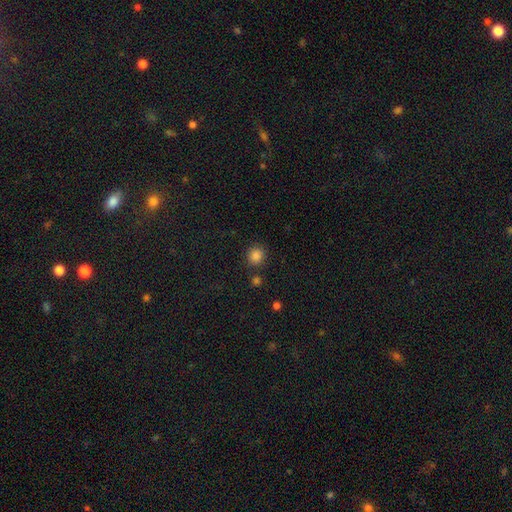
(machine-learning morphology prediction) smooth-or-featured: smooth: 85% | star or artifact: 12% | featured or disk: 3%
  how-rounded: round: 86% | in between: 13% | cigar-shaped: 1%
  merging: none: 85% | minor disturbance: 8% | merger: 5% | major disturbance: 3%